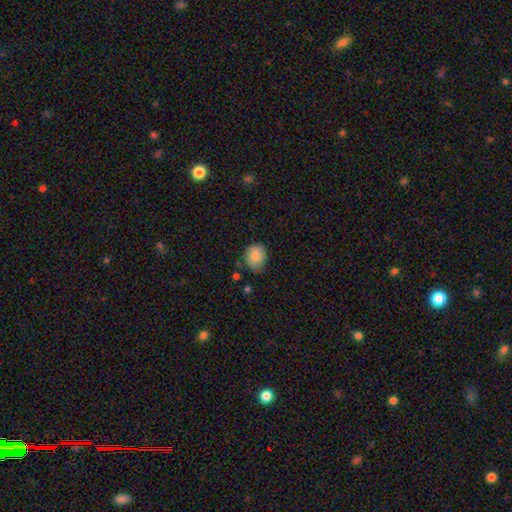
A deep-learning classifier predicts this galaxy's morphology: Smooth or featured? Predicted: smooth (p=0.87). How rounded? Predicted: in between (p=0.52). Merging? Predicted: none (p=0.69).